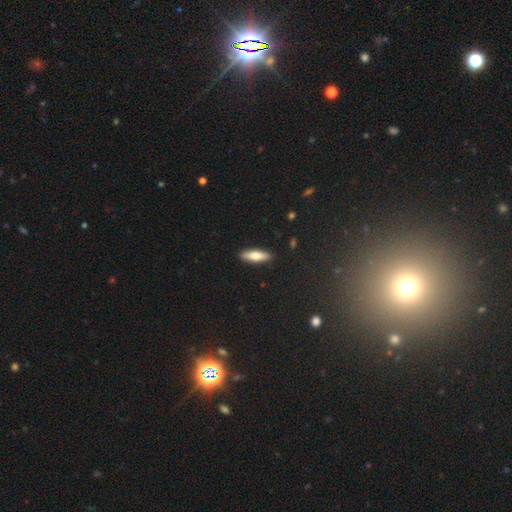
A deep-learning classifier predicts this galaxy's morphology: smooth 71%, featured or disk 23%, star or artifact 6%. Down the decision tree: how rounded — cigar-shaped (61%); merging — none (90%).